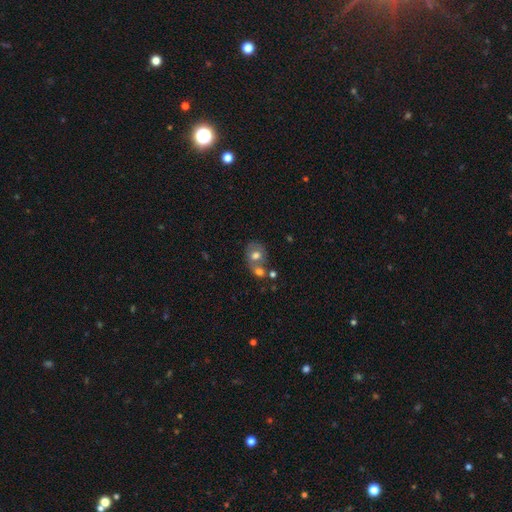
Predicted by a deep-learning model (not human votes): Smooth or featured?
  - smooth: 65% *
  - featured or disk: 26%
  - star or artifact: 10%
How rounded?
  - round: 61% *
  - in between: 38%
  - cigar-shaped: 1%
Merging?
  - merger: 50% *
  - none: 32%
  - minor disturbance: 11%
  - major disturbance: 6%